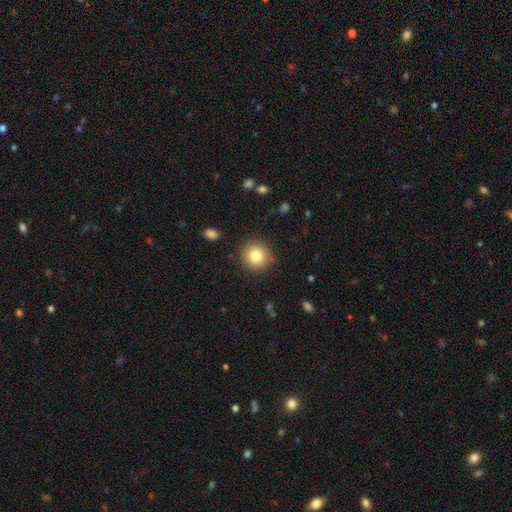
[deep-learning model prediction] Smooth or featured?
  - smooth: 82% *
  - star or artifact: 10%
  - featured or disk: 8%
How rounded?
  - round: 91% *
  - in between: 8%
  - cigar-shaped: 1%
Merging?
  - none: 89% *
  - minor disturbance: 8%
  - major disturbance: 2%
  - merger: 1%